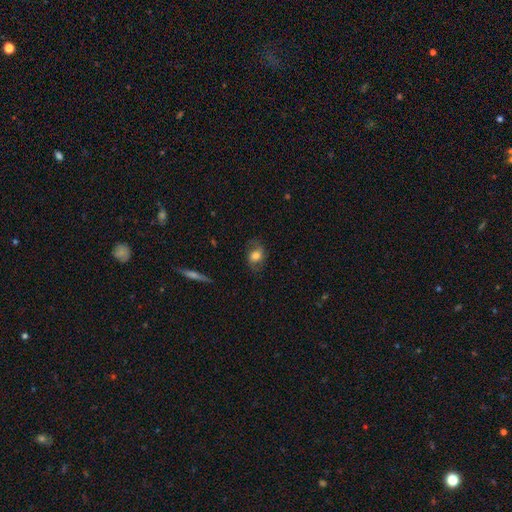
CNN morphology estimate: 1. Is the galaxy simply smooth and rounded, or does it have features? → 52% smooth, 39% featured or disk, 9% star or artifact.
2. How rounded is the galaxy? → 63% in between, 35% round, 2% cigar-shaped.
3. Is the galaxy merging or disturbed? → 70% none, 19% minor disturbance, 10% major disturbance, 1% merger.